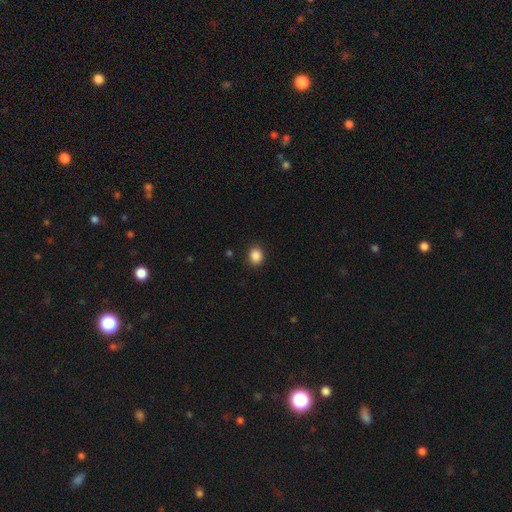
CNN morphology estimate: Smooth or featured?
  - smooth: 88% *
  - star or artifact: 9%
  - featured or disk: 3%
How rounded?
  - round: 64% *
  - in between: 35%
  - cigar-shaped: 1%
Merging?
  - none: 89% *
  - minor disturbance: 7%
  - major disturbance: 2%
  - merger: 1%